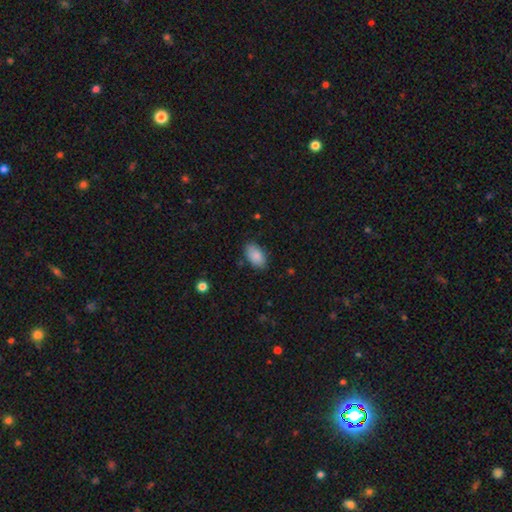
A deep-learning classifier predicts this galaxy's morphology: This appears to be a smooth galaxy with no disk features (87%) that is in between round and cigar-shaped (94%). Merging: none (83%).